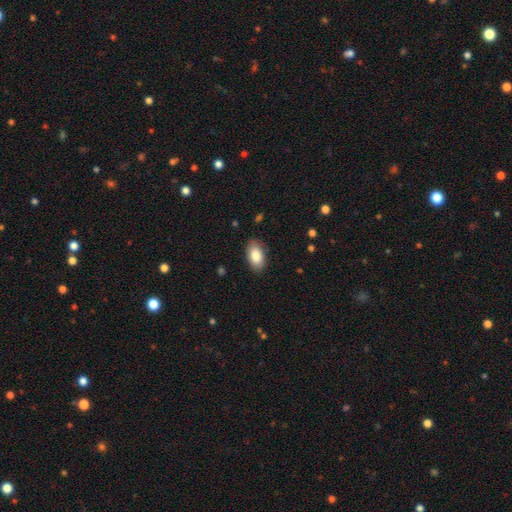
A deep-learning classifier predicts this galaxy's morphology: Smooth or featured: smooth — 84% (featured or disk — 9%)
How rounded: in between — 94% (round — 4%)
Merging: none — 86% (minor disturbance — 10%)